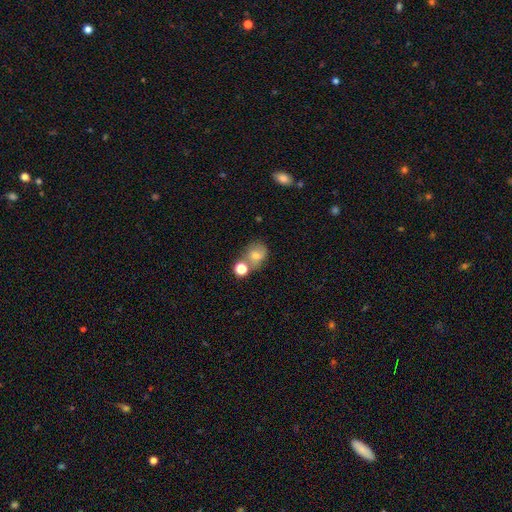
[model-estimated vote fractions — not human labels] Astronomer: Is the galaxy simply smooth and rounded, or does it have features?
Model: smooth — 66%.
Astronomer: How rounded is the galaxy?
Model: round — 61% (runner-up: in between, 38%).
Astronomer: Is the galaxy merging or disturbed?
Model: none — 50% (runner-up: merger, 27%).